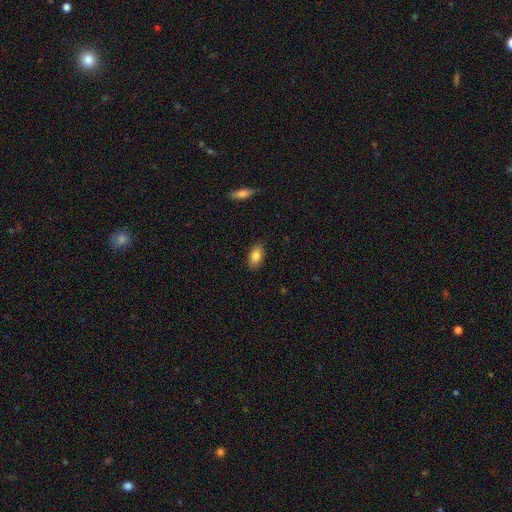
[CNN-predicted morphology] Smooth or featured: smooth — 84% (featured or disk — 8%)
How rounded: in between — 91% (round — 7%)
Merging: none — 88% (minor disturbance — 9%)